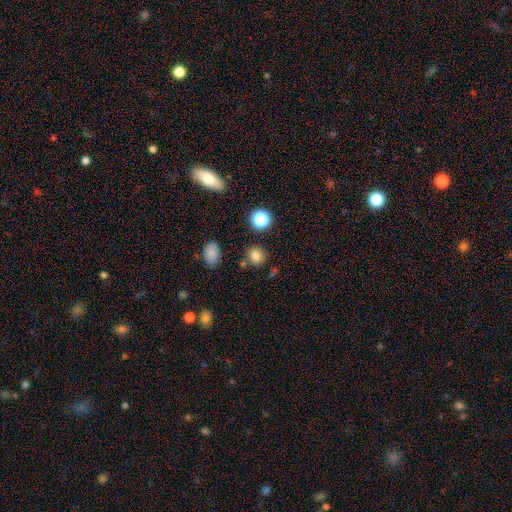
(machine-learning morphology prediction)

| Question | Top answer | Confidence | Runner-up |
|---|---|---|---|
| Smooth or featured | smooth | 79% | star or artifact (16%) |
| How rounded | round | 81% | in between (18%) |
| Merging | none | 82% | minor disturbance (11%) |